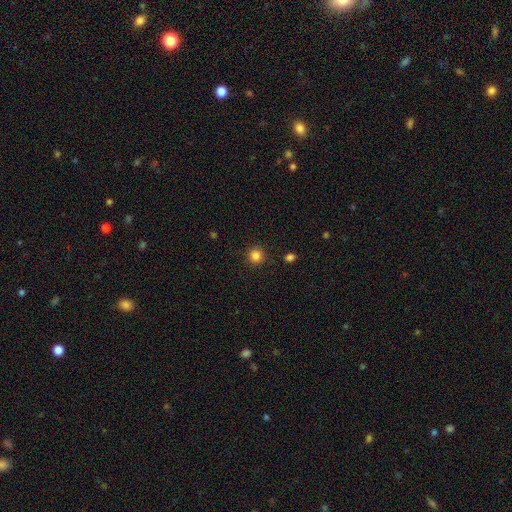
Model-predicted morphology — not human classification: Smooth or featured? Predicted: smooth (p=0.84). How rounded? Predicted: round (p=0.94). Merging? Predicted: none (p=0.90).